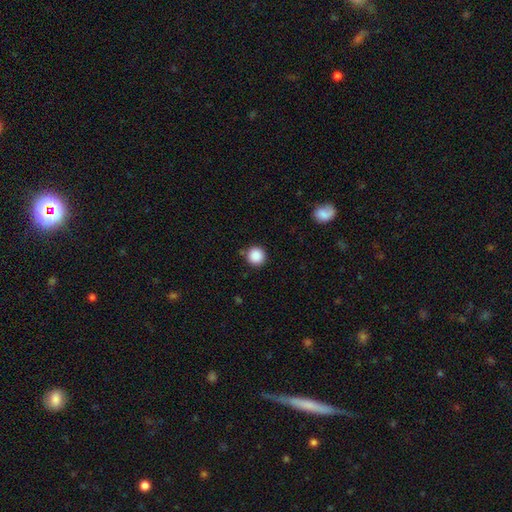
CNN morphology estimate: This appears to be a smooth galaxy with no disk features (89%) that is round (96%). Merging: none (88%).